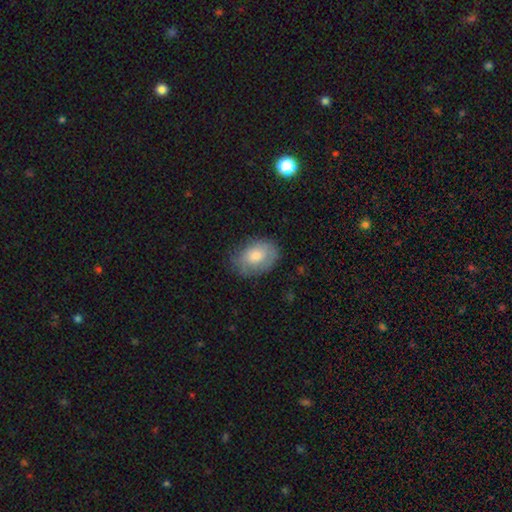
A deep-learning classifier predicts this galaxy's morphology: Smooth or featured?
  - smooth: 71% *
  - featured or disk: 21%
  - star or artifact: 8%
How rounded?
  - in between: 78% *
  - round: 21%
  - cigar-shaped: 1%
Merging?
  - none: 73% *
  - minor disturbance: 21%
  - major disturbance: 5%
  - merger: 1%